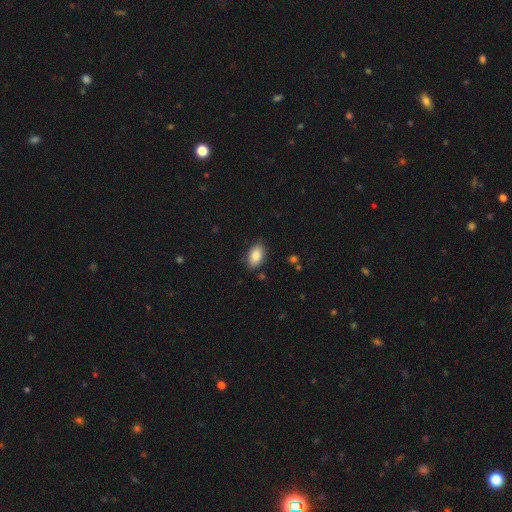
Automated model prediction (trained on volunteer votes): smooth_or_featured: smooth (p=0.88) [alt: star or artifact p=0.07]
how_rounded: in between (p=0.93) [alt: round p=0.05]
merging: none (p=0.83) [alt: minor disturbance p=0.13]